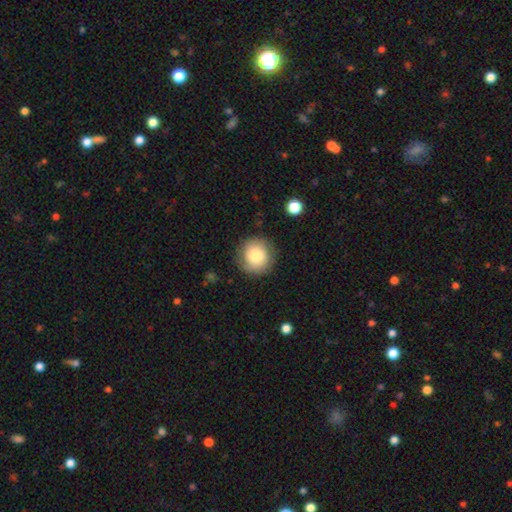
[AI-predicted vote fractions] smooth-or-featured: smooth: 73% | featured or disk: 18% | star or artifact: 8%
  how-rounded: round: 92% | in between: 7% | cigar-shaped: 1%
  merging: none: 82% | minor disturbance: 12% | major disturbance: 4% | merger: 1%